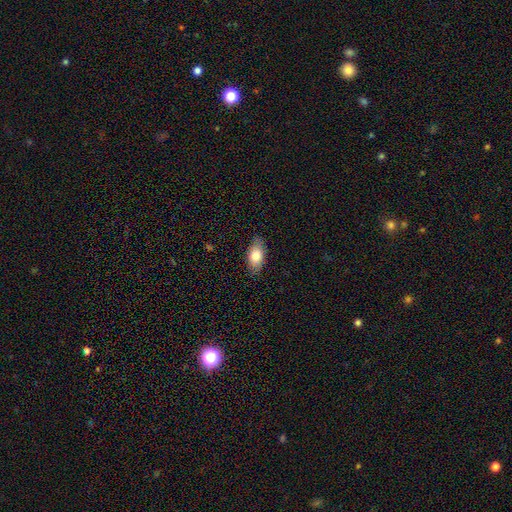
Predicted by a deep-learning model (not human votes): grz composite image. It shows a smooth galaxy with no disk features (79%) that is in between round and cigar-shaped (90%). Merging: none (83%).